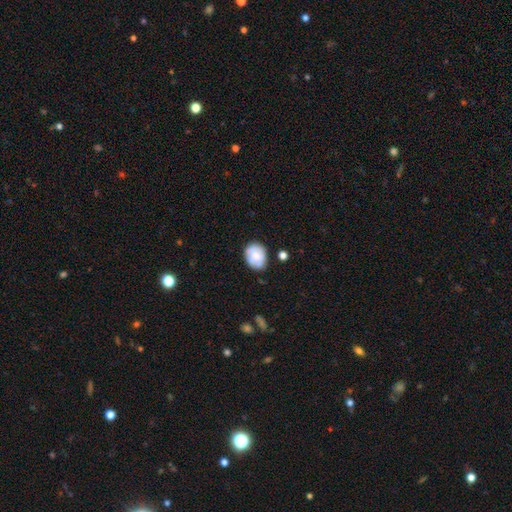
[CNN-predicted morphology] type=smooth (62%); roundness=in between (51%); merging=none (66%).